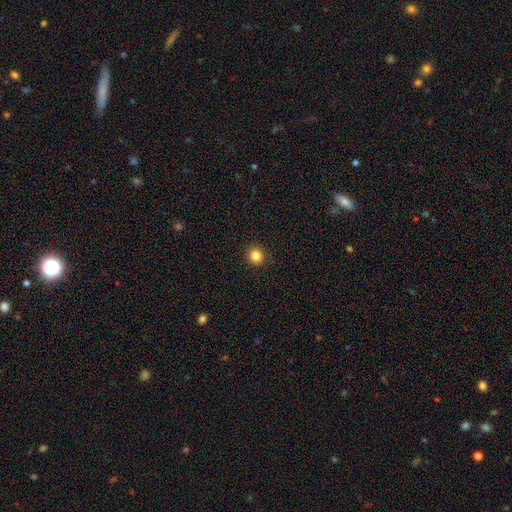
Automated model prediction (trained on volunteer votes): smooth 84%, star or artifact 11%, featured or disk 4%. Down the decision tree: how rounded — round (90%); merging — none (92%).